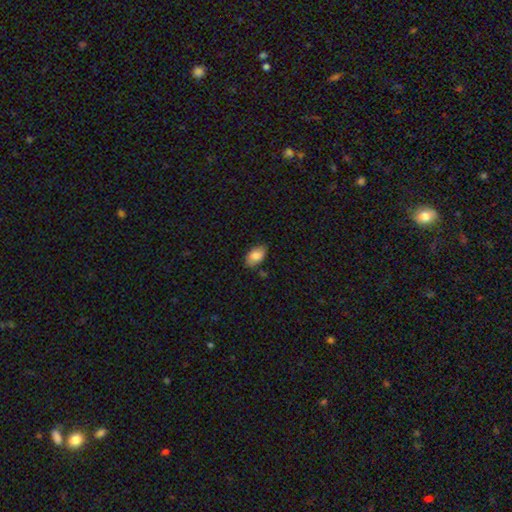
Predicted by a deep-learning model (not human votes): Q: Smooth or featured?
A: smooth (82%); runner-up: featured or disk (11%)
Q: How rounded?
A: in between (93%); runner-up: round (6%)
Q: Merging?
A: none (75%); runner-up: minor disturbance (19%)